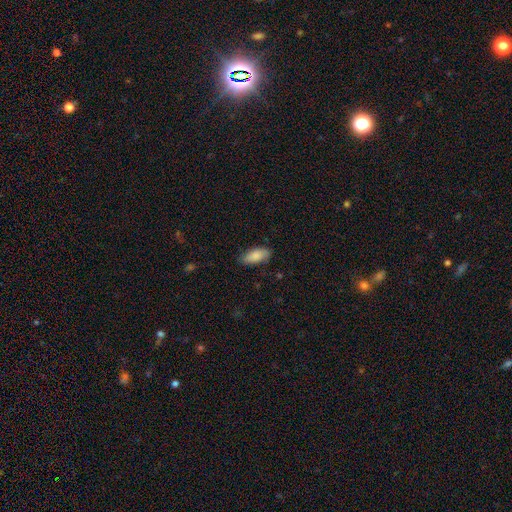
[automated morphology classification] A smooth galaxy with no disk features (84%) that is in between round and cigar-shaped (87%). Merging: none (81%).